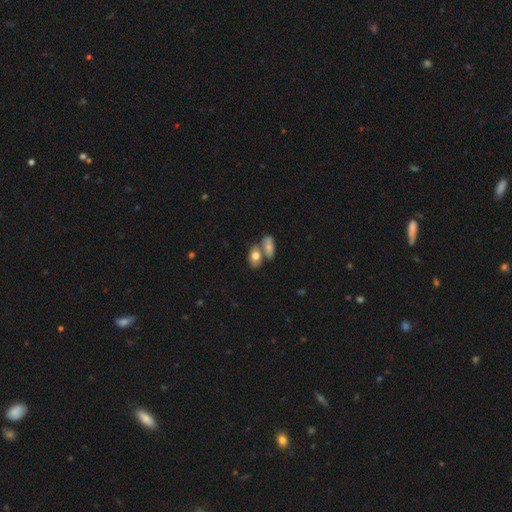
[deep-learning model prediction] Smooth or featured: smooth — 76% (featured or disk — 16%)
How rounded: in between — 85% (round — 11%)
Merging: merger — 45% (none — 41%)